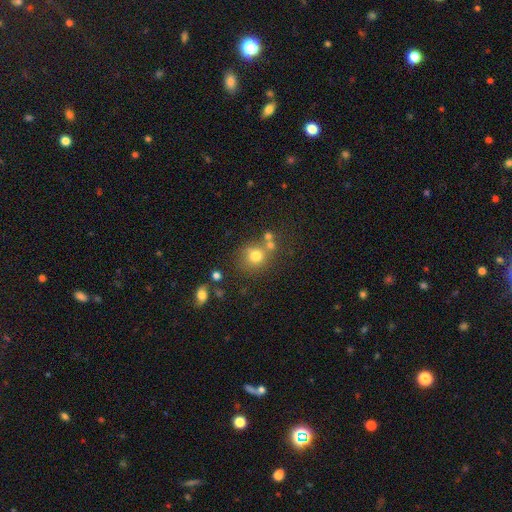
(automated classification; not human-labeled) A smooth galaxy with no disk features (75%) that is round (84%). Merging: none (62%).